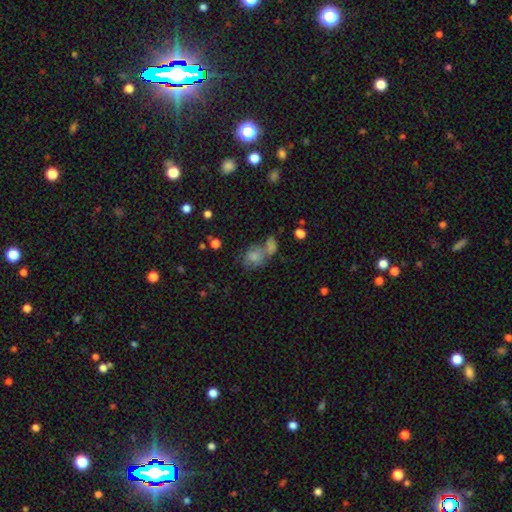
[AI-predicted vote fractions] Morphology: type=smooth (69%); roundness=round (53%); merging=merger (48%).